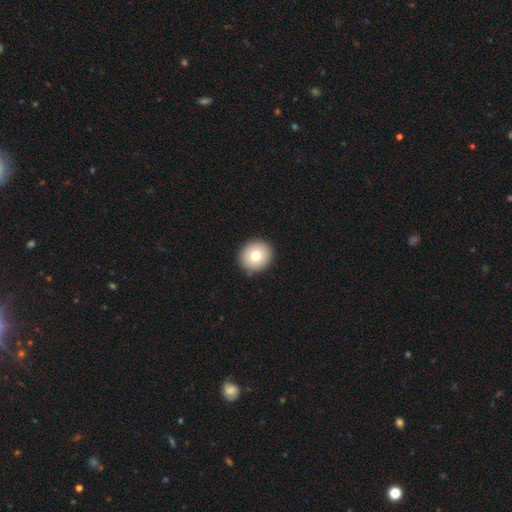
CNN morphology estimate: Smooth or featured?
  - smooth: 75% *
  - featured or disk: 15%
  - star or artifact: 10%
How rounded?
  - round: 88% *
  - in between: 11%
  - cigar-shaped: 1%
Merging?
  - none: 91% *
  - minor disturbance: 6%
  - major disturbance: 2%
  - merger: 1%